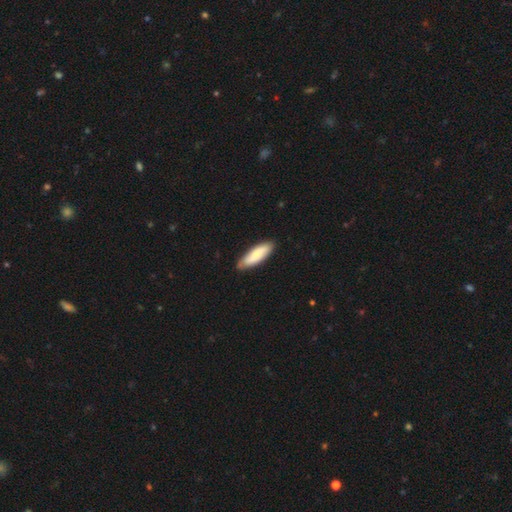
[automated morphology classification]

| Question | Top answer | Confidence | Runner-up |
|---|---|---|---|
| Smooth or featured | smooth | 72% | featured or disk (23%) |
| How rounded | in between | 52% | cigar-shaped (47%) |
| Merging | none | 86% | minor disturbance (12%) |